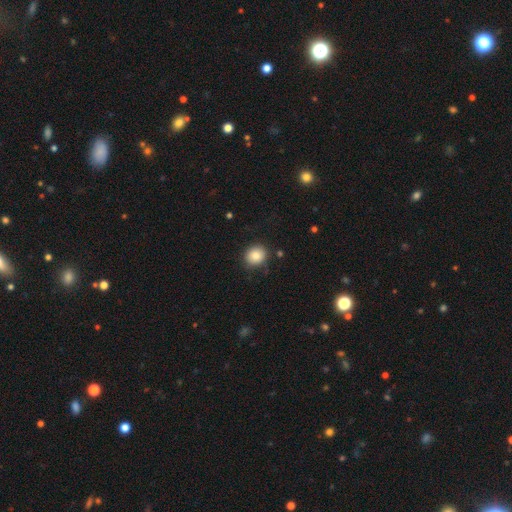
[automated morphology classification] smooth 85%, star or artifact 9%, featured or disk 6%. Down the decision tree: how rounded — round (75%); merging — none (85%).